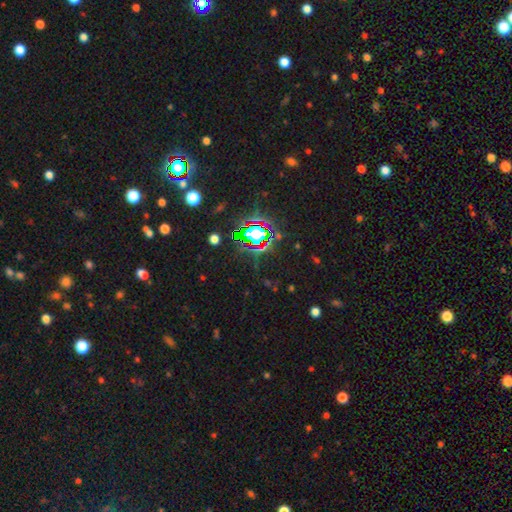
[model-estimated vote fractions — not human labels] A star or artifact, not a galaxy (81%).

Vote fractions:
- Smooth or featured? star or artifact: 81% / smooth: 12% / featured or disk: 8%